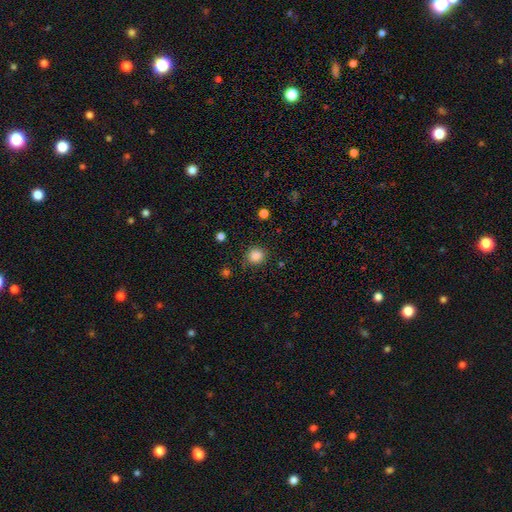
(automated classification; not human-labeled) Overall: smooth (86%). How rounded: round (91%). Merging: none (87%).